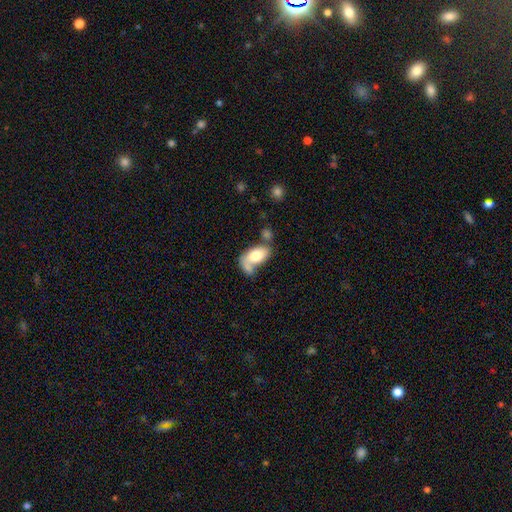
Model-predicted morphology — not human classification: Smooth or featured: smooth — 69% (featured or disk — 24%)
How rounded: in between — 90% (round — 6%)
Merging: merger — 39% (none — 26%)